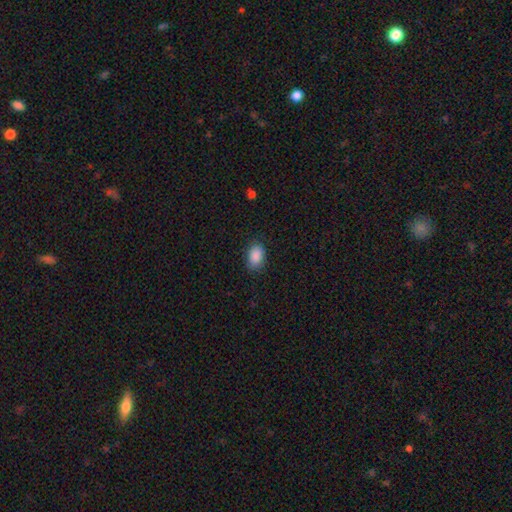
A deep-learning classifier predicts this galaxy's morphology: Overall: smooth (89%). How rounded: in between (86%). Merging: none (84%).